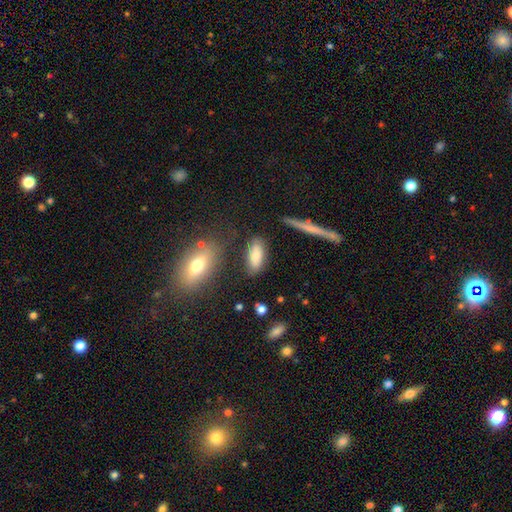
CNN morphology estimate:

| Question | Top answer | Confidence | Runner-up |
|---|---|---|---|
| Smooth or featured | smooth | 77% | featured or disk (15%) |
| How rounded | in between | 82% | cigar-shaped (15%) |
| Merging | none | 77% | minor disturbance (15%) |